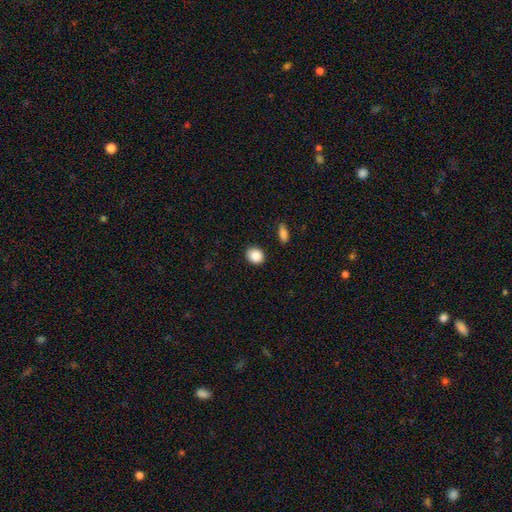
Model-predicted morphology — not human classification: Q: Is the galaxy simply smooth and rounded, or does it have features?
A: smooth — 88%.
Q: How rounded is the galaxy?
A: round — 66%.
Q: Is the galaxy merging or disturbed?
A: none — 89%.